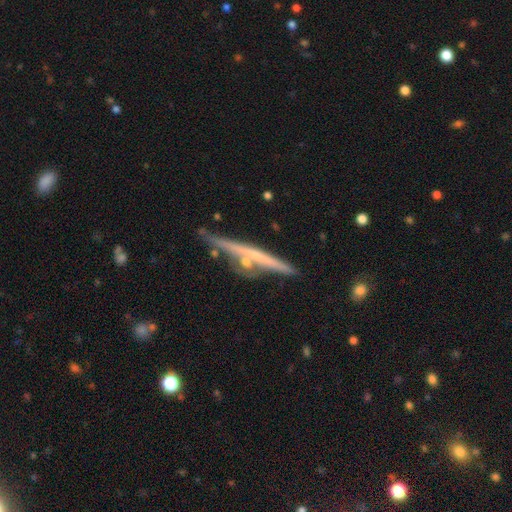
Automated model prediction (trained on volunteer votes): A featured or disk galaxy (62%) viewed edge-on (95%) with no central bulge (68%).

Vote fractions:
- Smooth or featured? featured or disk: 62% / smooth: 31% / star or artifact: 7%
- Edge-on disk? yes: 95% / no: 5%
- Edge-on bulge? none: 68% / rounded: 25% / boxy: 7%
- Merging? none: 67% / minor disturbance: 16% / merger: 12% / major disturbance: 4%